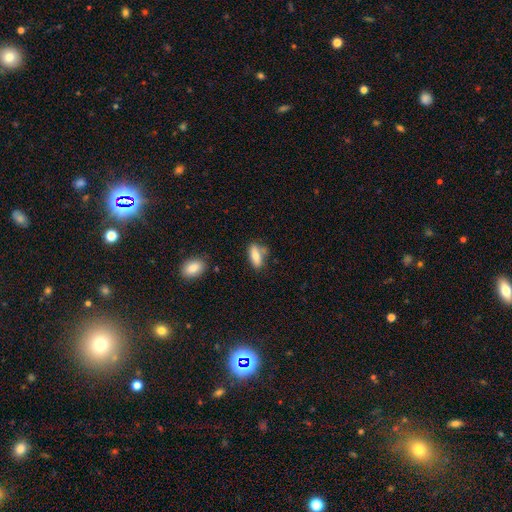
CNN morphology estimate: Smooth or featured: smooth — 77% (featured or disk — 16%)
How rounded: in between — 69% (cigar-shaped — 28%)
Merging: none — 68% (minor disturbance — 18%)